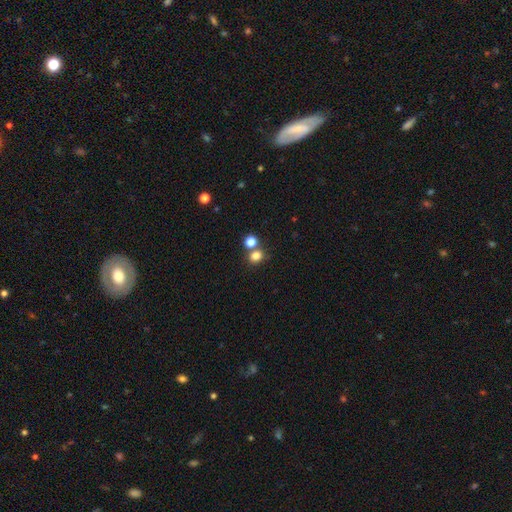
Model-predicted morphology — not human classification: Smooth or featured: smooth — 79% (star or artifact — 15%)
How rounded: round — 69% (in between — 30%)
Merging: none — 61% (merger — 27%)